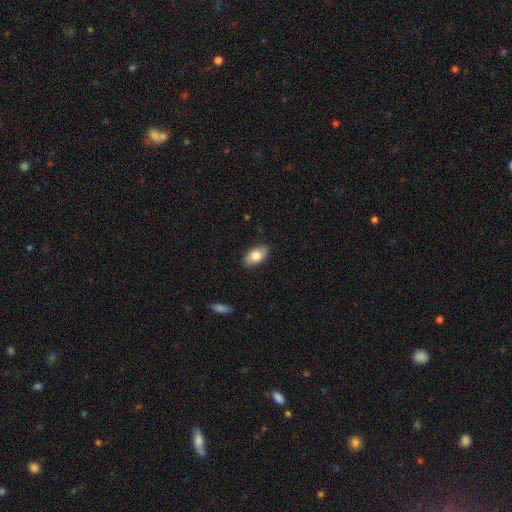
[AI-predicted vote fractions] The model was most divided on "smooth or featured": smooth: 79%, featured or disk: 14%, star or artifact: 7%. More confident: how rounded — in between (92%); merging — none (86%).